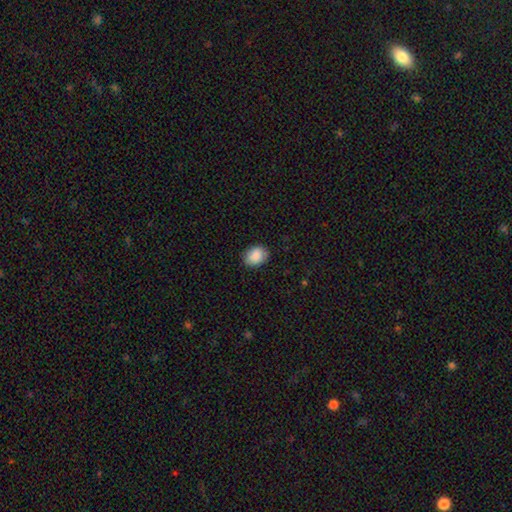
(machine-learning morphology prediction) Smooth or featured? Predicted: smooth (p=0.89). How rounded? Predicted: in between (p=0.62). Merging? Predicted: none (p=0.84).